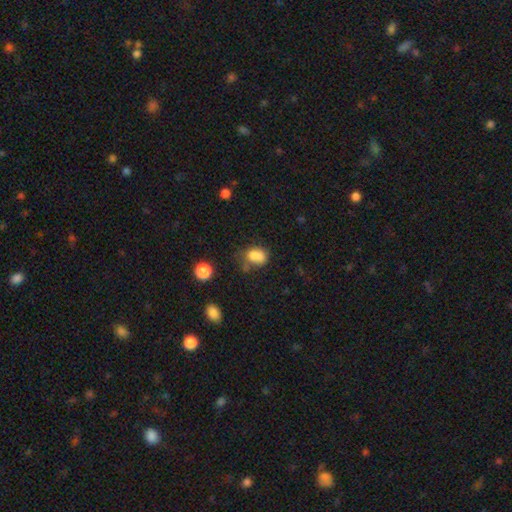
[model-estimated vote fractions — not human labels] smooth 76%, star or artifact 12%, featured or disk 12%. Down the decision tree: how rounded — in between (64%); merging — none (36%).